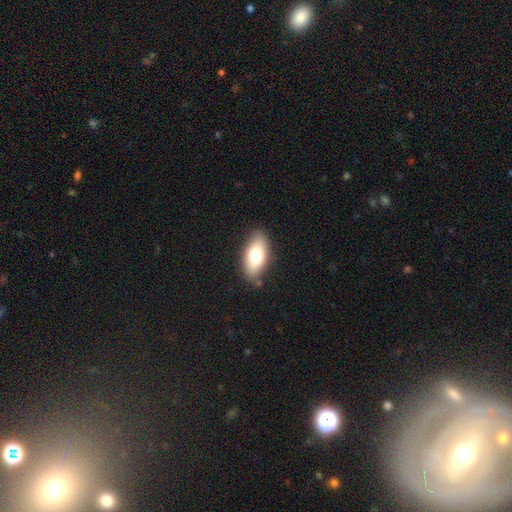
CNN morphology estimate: Smooth or featured? smooth (72%)
How rounded? in between (89%)
Merging? none (81%)